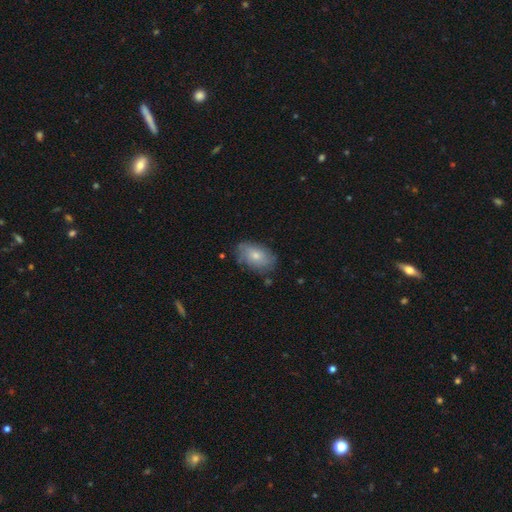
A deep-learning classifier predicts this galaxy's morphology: Smooth or featured? Predicted: smooth (p=0.68). How rounded? Predicted: in between (p=0.91). Merging? Predicted: none (p=0.75).